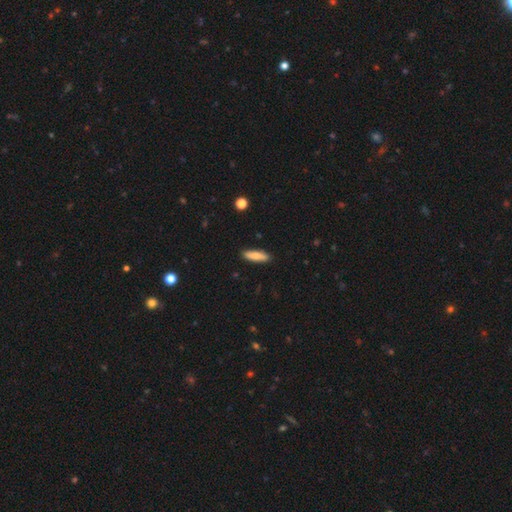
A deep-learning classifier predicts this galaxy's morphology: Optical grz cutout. It shows a smooth galaxy with no disk features (78%) that is cigar-shaped (64%). Merging: none (88%).